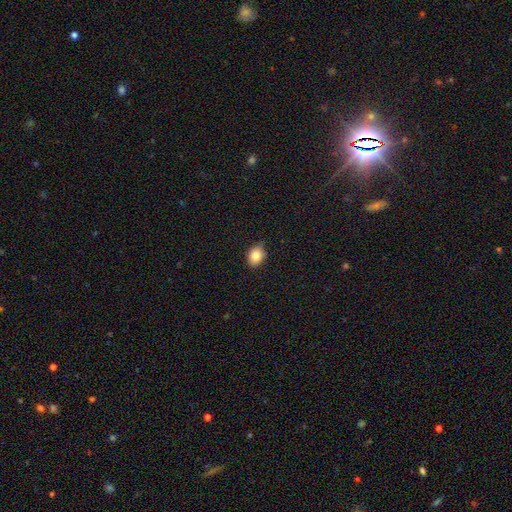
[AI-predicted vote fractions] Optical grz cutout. It shows a smooth galaxy with no disk features (82%) that is in between round and cigar-shaped (70%). Merging: none (79%).